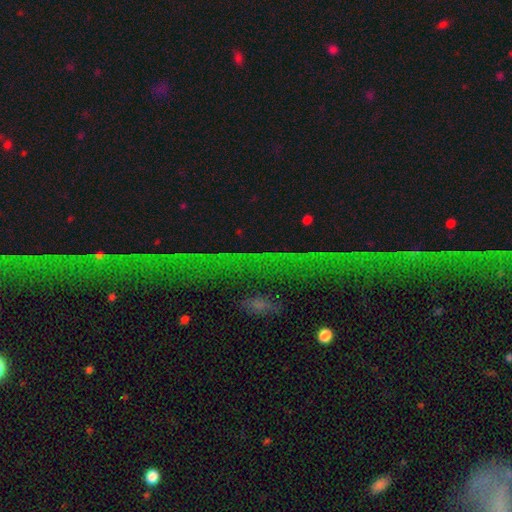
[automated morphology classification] Smooth or featured? Predicted: star or artifact (p=0.70).